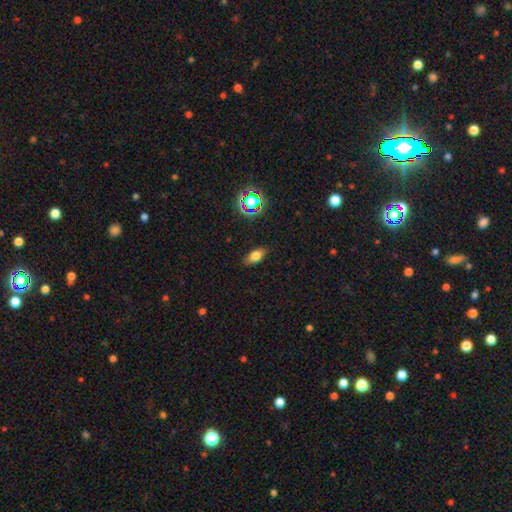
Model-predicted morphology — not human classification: Smooth or featured? Predicted: smooth (p=0.72). How rounded? Predicted: in between (p=0.82). Merging? Predicted: none (p=0.85).